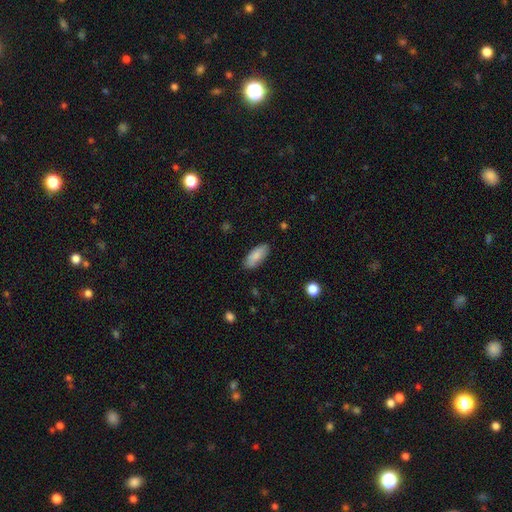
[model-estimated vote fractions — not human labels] The model was most divided on "how rounded": in between: 85%, cigar-shaped: 13%, round: 2%. More confident: merging — none (87%); smooth or featured — smooth (85%).